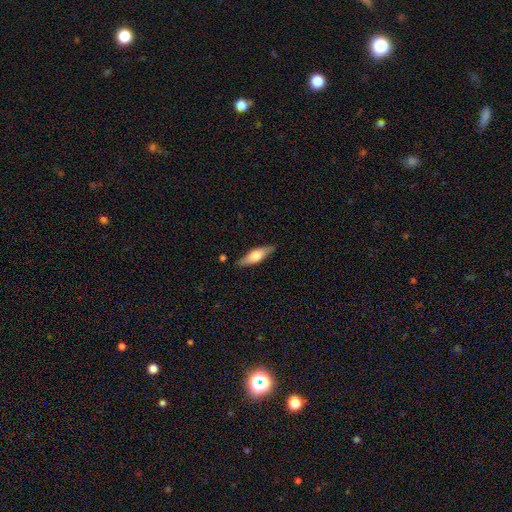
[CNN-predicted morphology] Smooth or featured: smooth — 54% (featured or disk — 40%)
How rounded: cigar-shaped — 55% (in between — 43%)
Merging: none — 85% (minor disturbance — 11%)